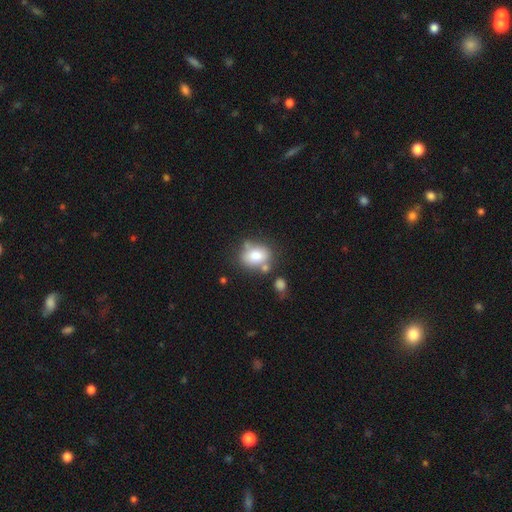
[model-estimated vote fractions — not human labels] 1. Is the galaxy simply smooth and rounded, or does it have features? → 77% smooth, 14% featured or disk, 9% star or artifact.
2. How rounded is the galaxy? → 61% in between, 38% round, 1% cigar-shaped.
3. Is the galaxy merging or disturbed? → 54% none, 20% merger, 19% minor disturbance, 7% major disturbance.